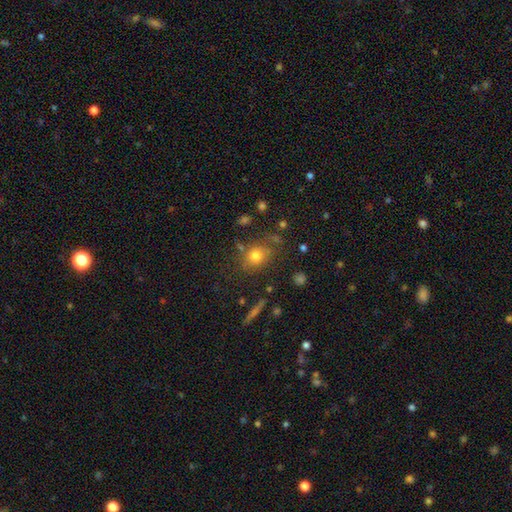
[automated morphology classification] The model was most divided on "how rounded": round: 65%, in between: 34%, cigar-shaped: 2%. More confident: smooth or featured — smooth (75%); merging — none (70%).